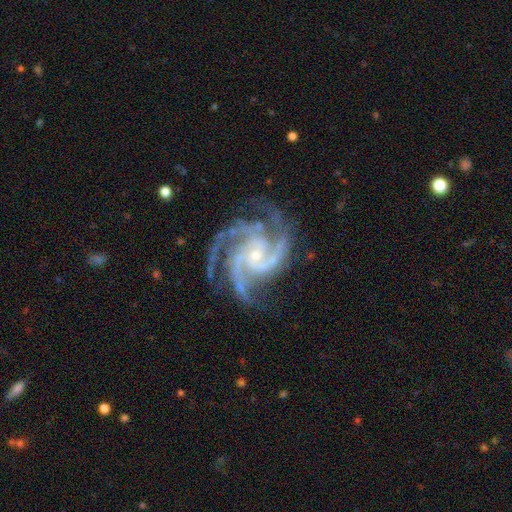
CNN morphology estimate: Smooth or featured? featured or disk (94%)
Edge-on disk? no (98%)
Bar? no (66%)
Spiral arms? yes (99%)
Spiral winding? medium (48%)
Spiral arm count? 3 (49%)
Bulge size? small (73%)
Merging? none (71%)